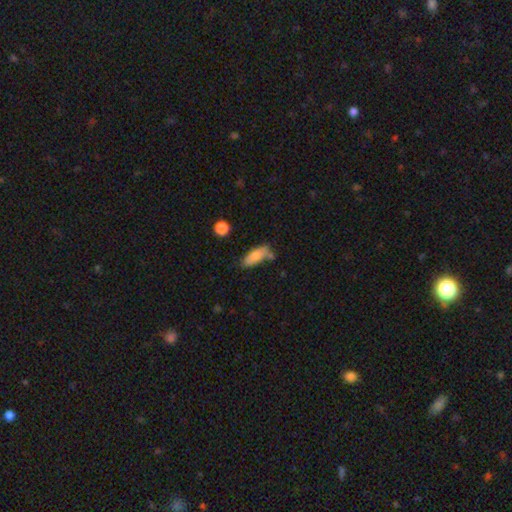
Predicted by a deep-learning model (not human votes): The model was most divided on "merging": none: 60%, minor disturbance: 22%, merger: 12%, major disturbance: 5%. More confident: smooth or featured — smooth (78%); how rounded — in between (70%).